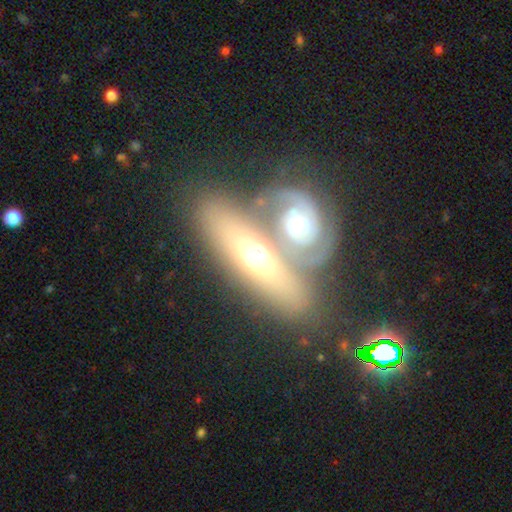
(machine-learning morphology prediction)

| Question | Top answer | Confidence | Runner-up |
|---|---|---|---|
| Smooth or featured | featured or disk | 59% | smooth (35%) |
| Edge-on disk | no | 69% | yes (31%) |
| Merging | merger | 64% | none (23%) |